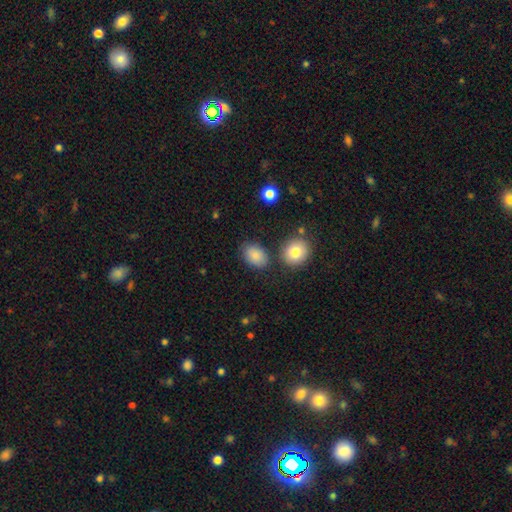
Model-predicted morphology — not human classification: smooth-or-featured: smooth: 86% | star or artifact: 8% | featured or disk: 6%
  how-rounded: in between: 79% | round: 20% | cigar-shaped: 1%
  merging: none: 77% | minor disturbance: 13% | merger: 6% | major disturbance: 4%